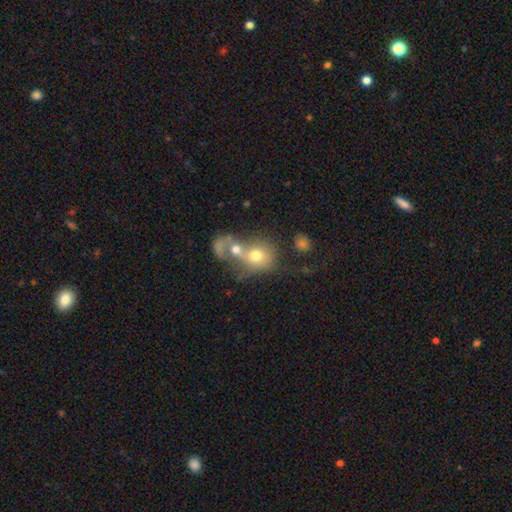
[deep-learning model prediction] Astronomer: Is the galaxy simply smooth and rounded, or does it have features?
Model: smooth — 60%.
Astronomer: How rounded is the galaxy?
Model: round — 66%.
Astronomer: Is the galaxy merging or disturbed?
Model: merger — 72%.